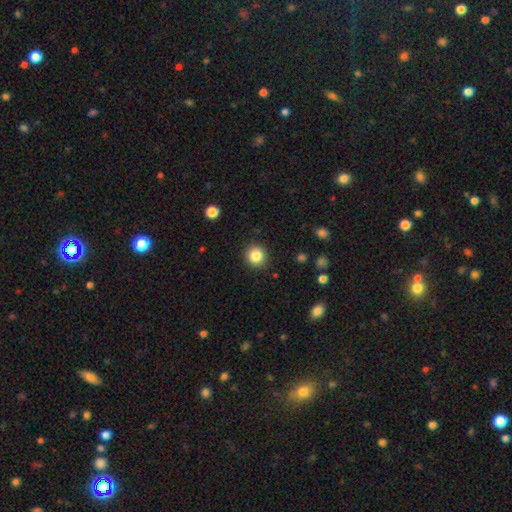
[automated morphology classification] A smooth galaxy with no disk features (85%) that is round (92%). Merging: none (91%).